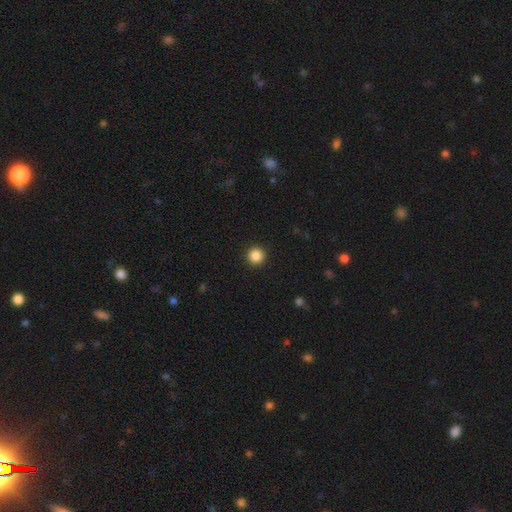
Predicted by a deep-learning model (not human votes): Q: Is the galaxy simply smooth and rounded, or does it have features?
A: smooth — 87%.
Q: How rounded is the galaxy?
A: round — 96%.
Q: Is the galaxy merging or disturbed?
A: none — 93%.